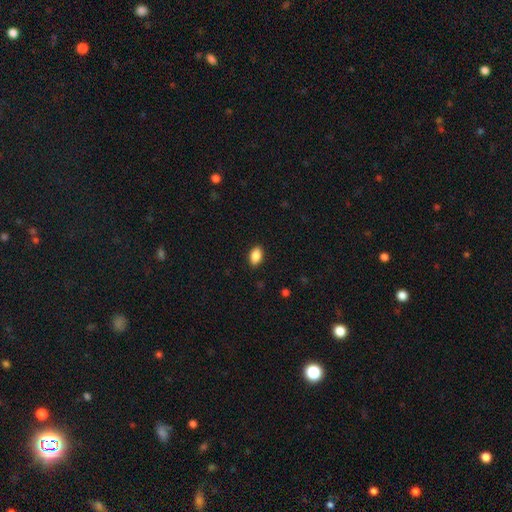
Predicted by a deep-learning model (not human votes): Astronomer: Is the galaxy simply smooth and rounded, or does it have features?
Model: smooth — 88%.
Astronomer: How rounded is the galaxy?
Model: in between — 90%.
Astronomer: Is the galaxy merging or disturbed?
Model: none — 88%.